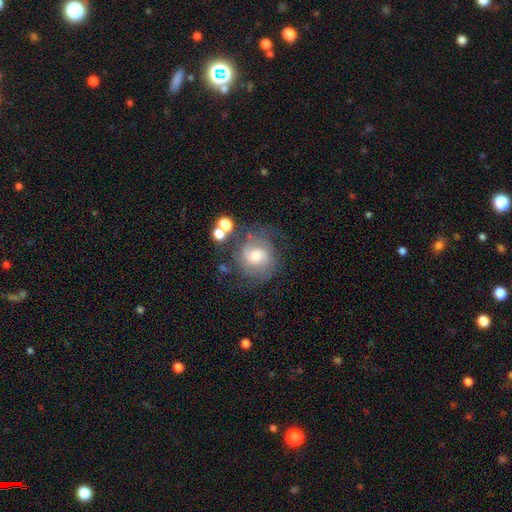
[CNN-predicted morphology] Q: Smooth or featured?
A: featured or disk (68%); runner-up: smooth (22%)
Q: Edge-on disk?
A: no (97%); runner-up: yes (3%)
Q: Bar?
A: no (50%); runner-up: weak (42%)
Q: Spiral arms?
A: yes (90%); runner-up: no (10%)
Q: Spiral winding?
A: tight (46%); runner-up: medium (40%)
Q: Spiral arm count?
A: 2 (56%); runner-up: can't tell (24%)
Q: Bulge size?
A: moderate (63%); runner-up: small (23%)
Q: Merging?
A: none (63%); runner-up: minor disturbance (18%)